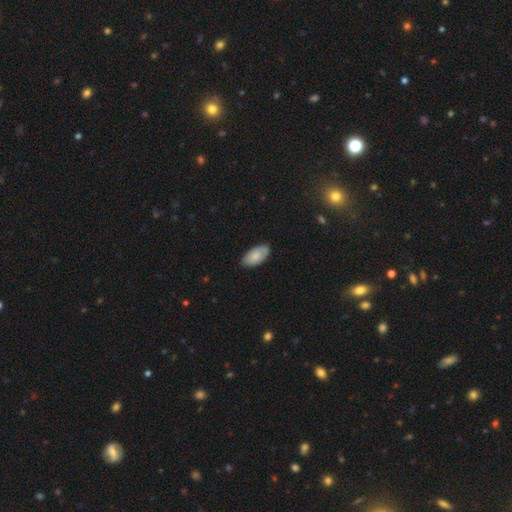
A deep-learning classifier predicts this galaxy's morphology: Smooth or featured: smooth — 83% (featured or disk — 11%)
How rounded: in between — 94% (cigar-shaped — 4%)
Merging: none — 79% (minor disturbance — 17%)